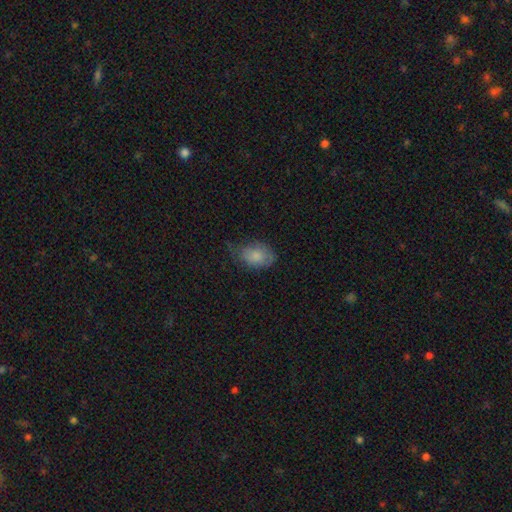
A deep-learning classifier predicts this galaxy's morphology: smooth_or_featured: smooth (p=0.80) [alt: featured or disk p=0.13]
how_rounded: in between (p=0.85) [alt: round p=0.14]
merging: none (p=0.52) [alt: minor disturbance p=0.35]